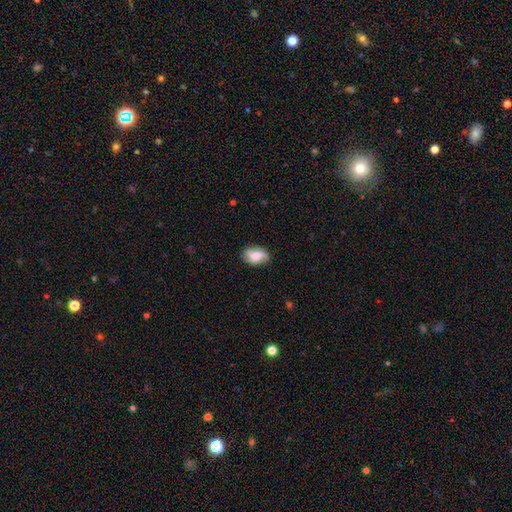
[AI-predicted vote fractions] Smooth or featured? smooth (61%)
How rounded? in between (83%)
Merging? none (75%)